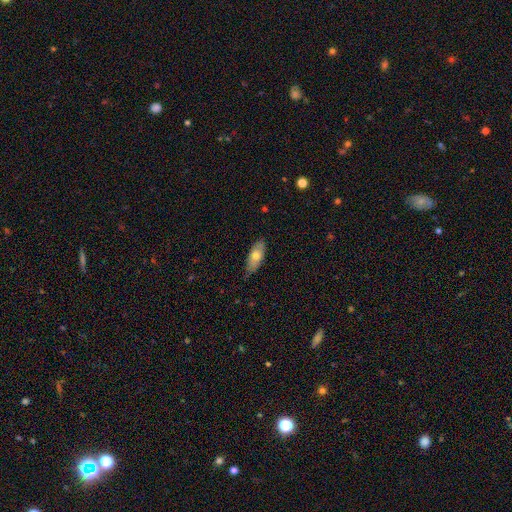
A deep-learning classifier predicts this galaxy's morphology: A smooth galaxy with no disk features (68%) that is in between round and cigar-shaped (81%).

Vote fractions:
- Smooth or featured? smooth: 68% / featured or disk: 25% / star or artifact: 6%
- How rounded? in between: 81% / cigar-shaped: 17% / round: 3%
- Merging? none: 76% / minor disturbance: 20% / major disturbance: 3% / merger: 1%